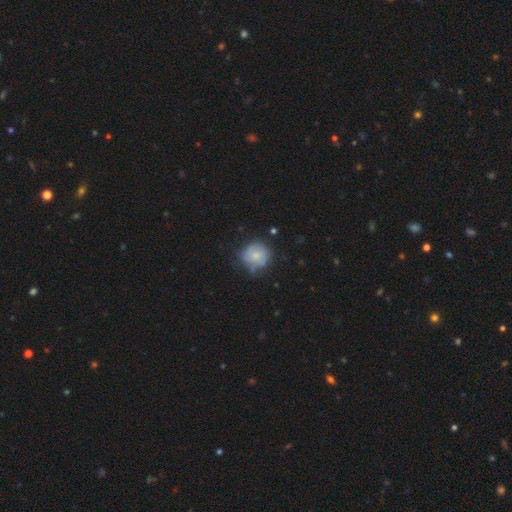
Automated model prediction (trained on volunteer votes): Smooth or featured: smooth — 65% (featured or disk — 27%)
How rounded: round — 89% (in between — 10%)
Merging: none — 63% (minor disturbance — 26%)